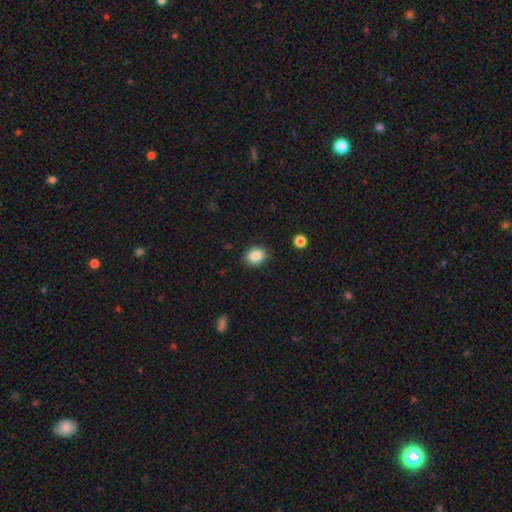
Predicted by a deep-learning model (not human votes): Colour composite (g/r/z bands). It shows a smooth galaxy with no disk features (87%) that is in between round and cigar-shaped (60%). Merging: none (89%).